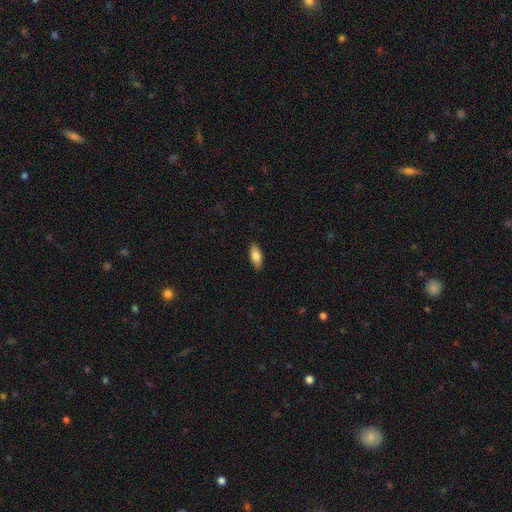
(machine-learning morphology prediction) smooth-or-featured: smooth: 79% | featured or disk: 15% | star or artifact: 6%
  how-rounded: in between: 81% | cigar-shaped: 16% | round: 2%
  merging: none: 88% | minor disturbance: 9% | major disturbance: 2% | merger: 1%